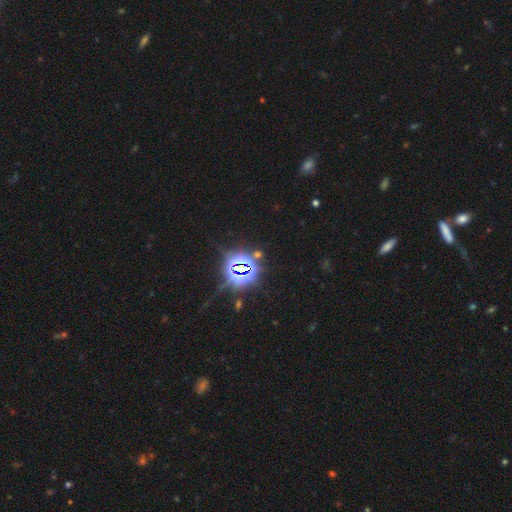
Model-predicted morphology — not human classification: Smooth or featured?
  - star or artifact: 81% *
  - smooth: 10%
  - featured or disk: 8%